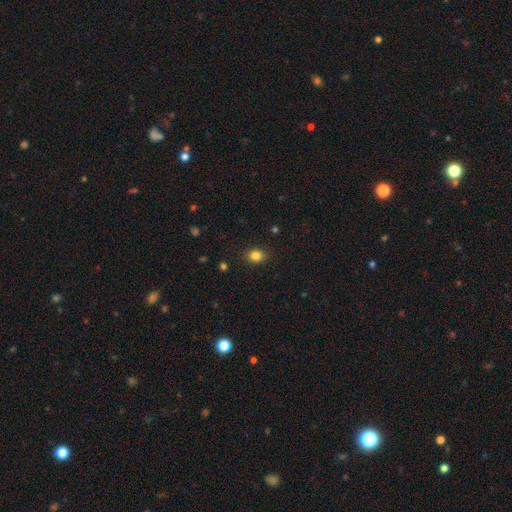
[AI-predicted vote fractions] A smooth galaxy with no disk features (83%) that is round (59%).

Vote fractions:
- Smooth or featured? smooth: 83% / star or artifact: 12% / featured or disk: 5%
- How rounded? round: 59% / in between: 40% / cigar-shaped: 1%
- Merging? none: 88% / minor disturbance: 9% / major disturbance: 2% / merger: 1%